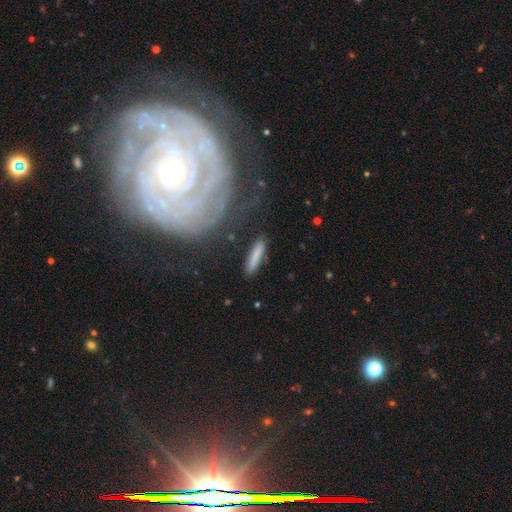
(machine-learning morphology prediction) smooth-or-featured: smooth: 75% | featured or disk: 18% | star or artifact: 7%
  how-rounded: cigar-shaped: 84% | in between: 14% | round: 2%
  merging: none: 82% | minor disturbance: 11% | major disturbance: 3% | merger: 3%